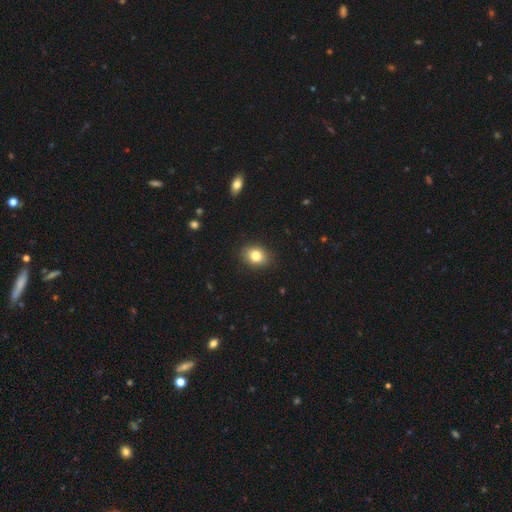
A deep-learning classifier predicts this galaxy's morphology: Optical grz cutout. It shows a smooth galaxy with no disk features (82%) that is in between round and cigar-shaped (61%). Merging: none (87%).